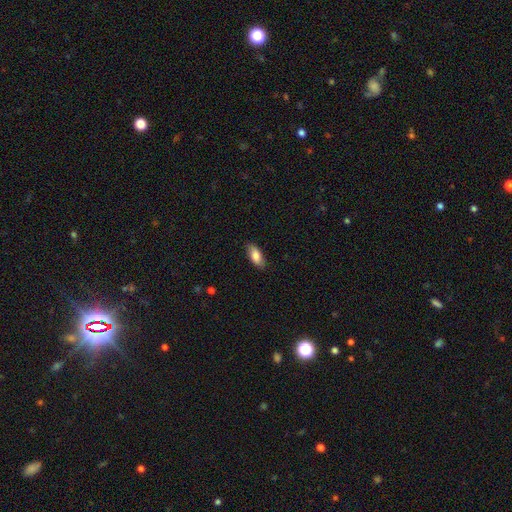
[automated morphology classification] A smooth galaxy with no disk features (80%) that is in between round and cigar-shaped (83%). Merging: none (85%).